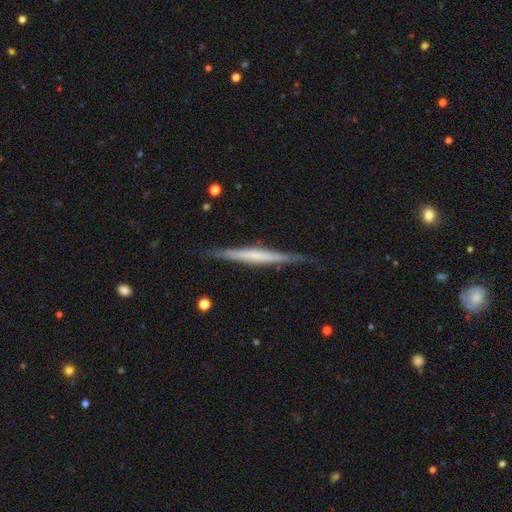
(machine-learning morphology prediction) type=featured or disk (62%); edge-on=yes (97%); edge-on bulge=none (58%); merging=none (86%).